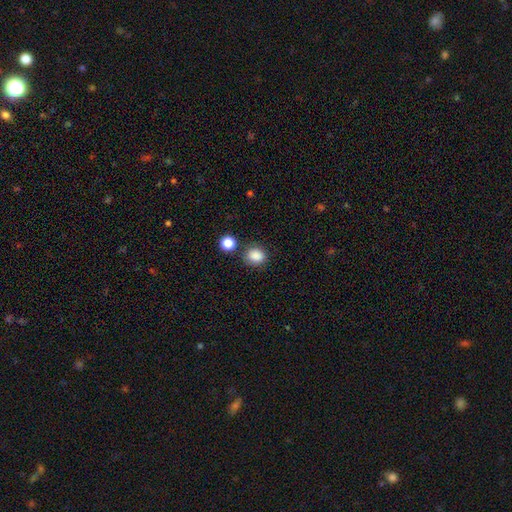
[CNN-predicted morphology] type=smooth (86%); roundness=round (71%); merging=none (77%).